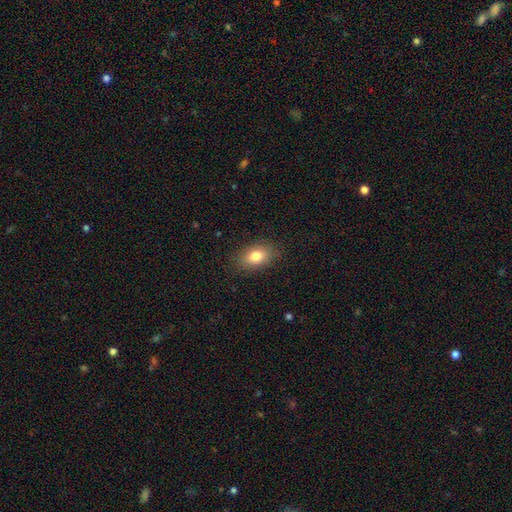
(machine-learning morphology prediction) This appears to be a smooth galaxy with no disk features (81%) that is in between round and cigar-shaped (86%). Merging: none (86%).